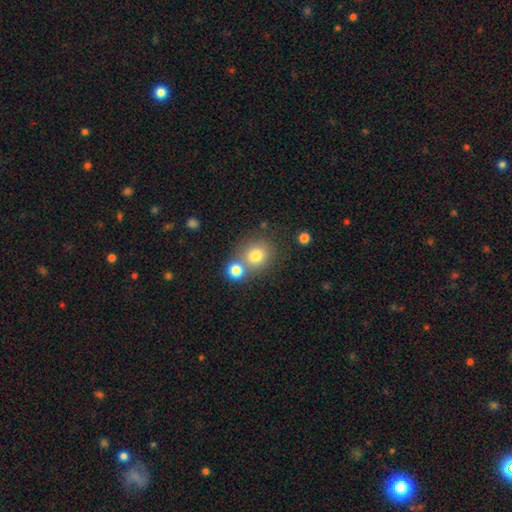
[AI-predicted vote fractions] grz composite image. It shows a smooth galaxy with no disk features (77%) that is round (82%). Merging: none (55%).